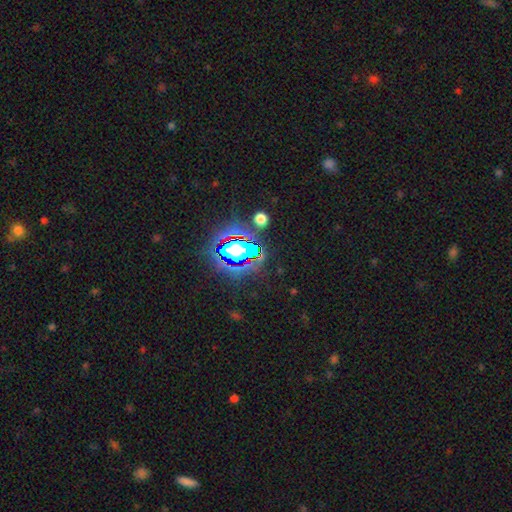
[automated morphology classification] Smooth or featured? Predicted: star or artifact (p=0.71).